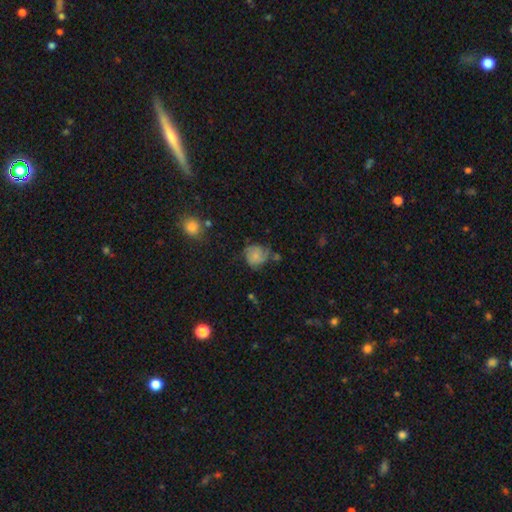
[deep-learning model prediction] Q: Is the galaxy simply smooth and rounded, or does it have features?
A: smooth — 51%.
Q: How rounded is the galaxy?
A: round — 78%.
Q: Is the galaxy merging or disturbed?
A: none — 53%.